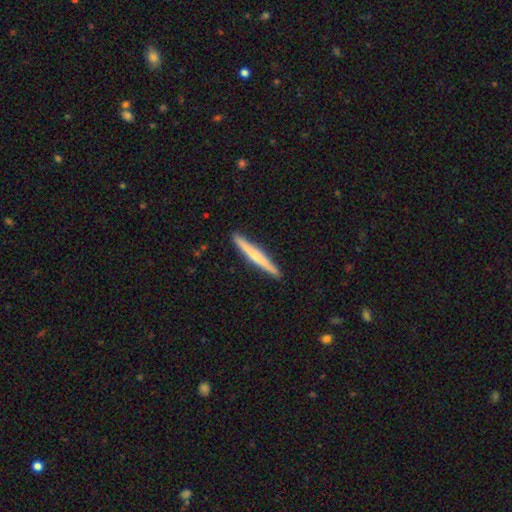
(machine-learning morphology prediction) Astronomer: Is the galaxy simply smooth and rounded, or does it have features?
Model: smooth — 49% (runner-up: featured or disk, 46%).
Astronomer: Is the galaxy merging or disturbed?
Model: none — 92%.